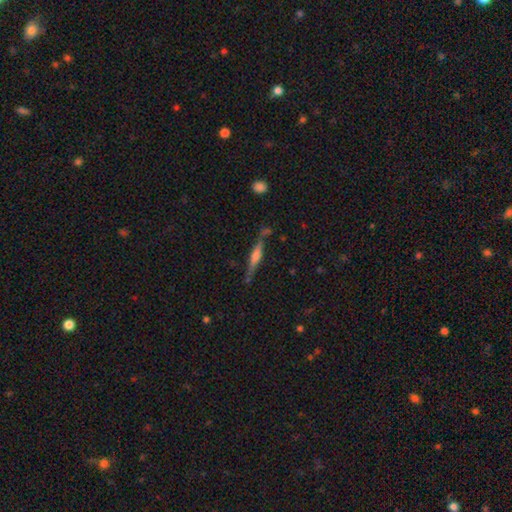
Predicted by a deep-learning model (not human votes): Smooth or featured? Predicted: featured or disk (p=0.70). Edge-on disk? Predicted: yes (p=0.97). Edge-on bulge? Predicted: rounded (p=0.61). Merging? Predicted: none (p=0.78).